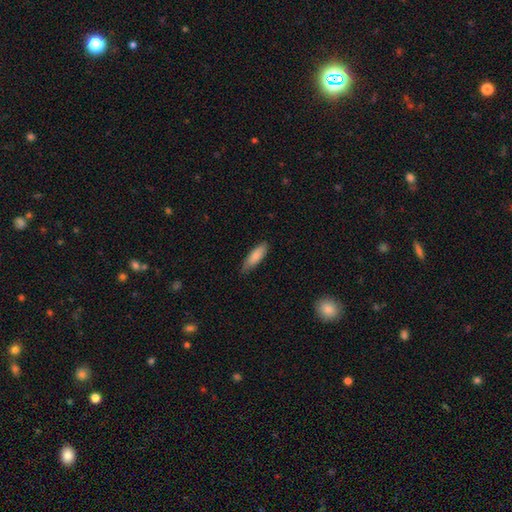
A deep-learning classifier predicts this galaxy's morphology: type=smooth (83%); roundness=in between (56%); merging=none (80%).